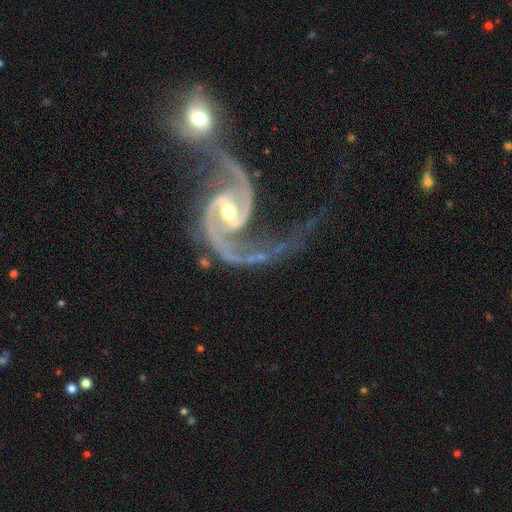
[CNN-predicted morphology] type=featured or disk (93%); edge-on=no (98%); bar=weak (41%); spiral arms=yes (98%); winding=medium (52%); arm count=2 (89%); bulge=small (50%); merging=merger (47%).